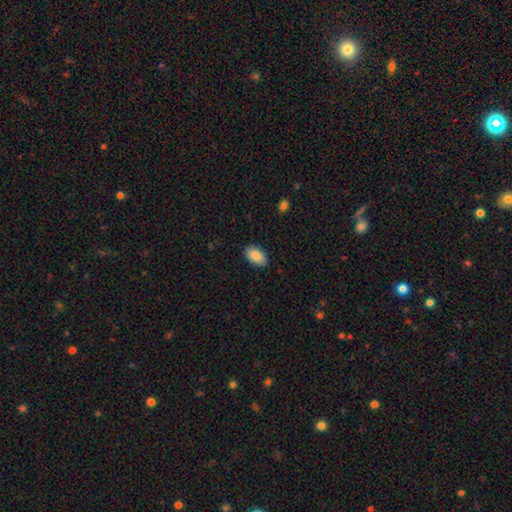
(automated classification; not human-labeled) Overall: smooth (88%). How rounded: in between (94%). Merging: none (88%).